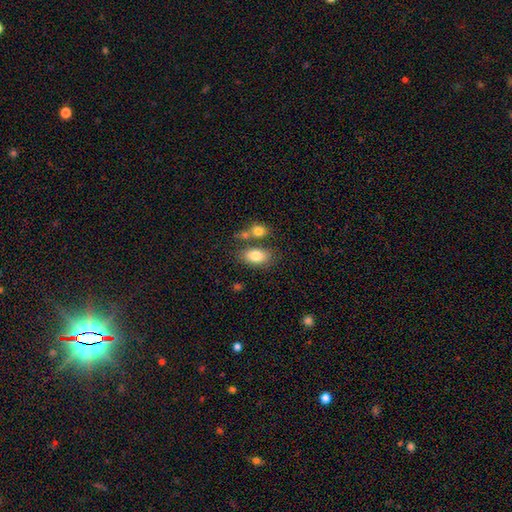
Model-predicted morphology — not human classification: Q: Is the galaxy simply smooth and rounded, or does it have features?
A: smooth — 81%.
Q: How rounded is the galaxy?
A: in between — 89%.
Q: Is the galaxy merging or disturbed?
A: none — 63%.